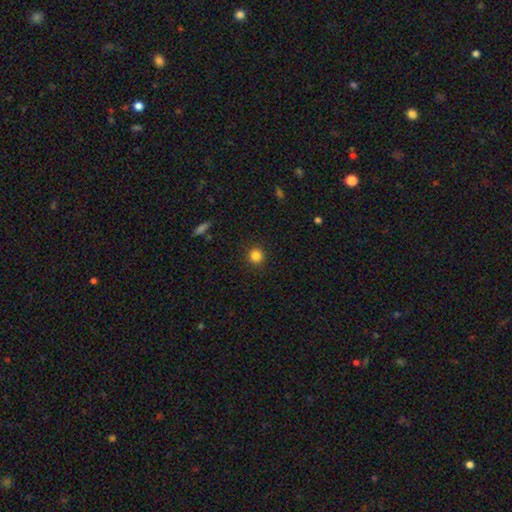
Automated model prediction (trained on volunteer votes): Overall: smooth (84%). How rounded: round (94%). Merging: none (92%).